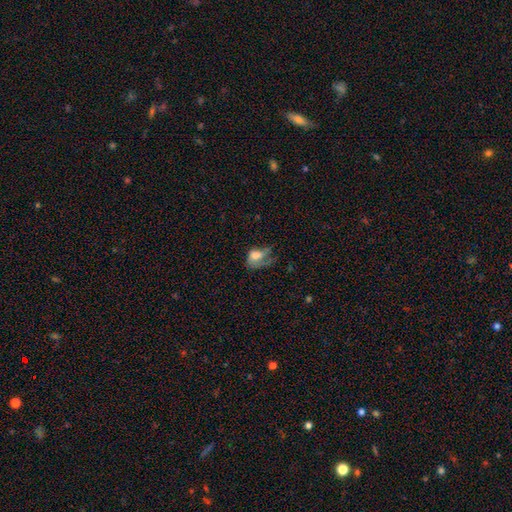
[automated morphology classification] This is possibly a smooth galaxy (59%). How rounded: clearly in between (81%). Merging: possibly major disturbance (54%).